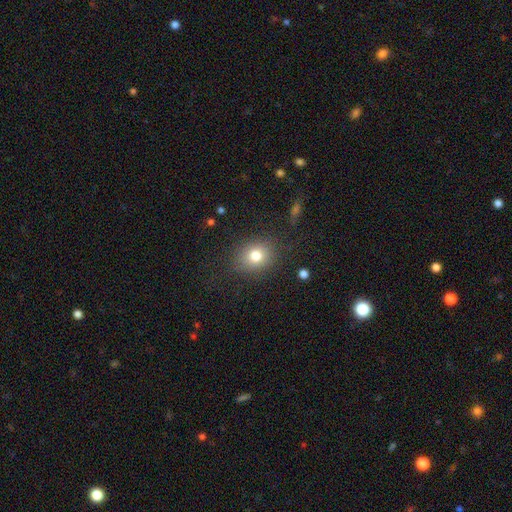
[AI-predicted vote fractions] A smooth galaxy with no disk features (77%) that is round (63%). Merging: none (83%).